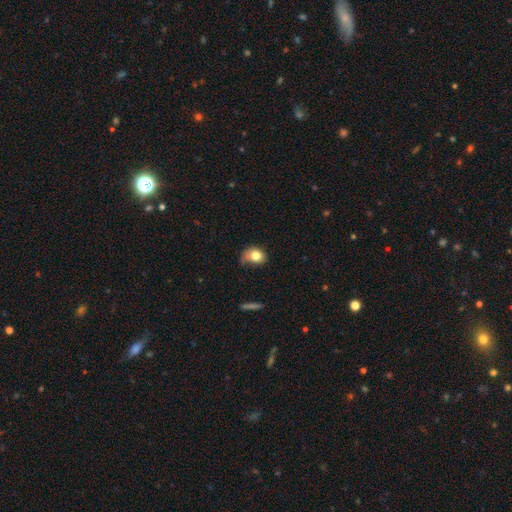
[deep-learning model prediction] smooth 77%, featured or disk 14%, star or artifact 9%. Down the decision tree: how rounded — in between (53%); merging — none (38%).